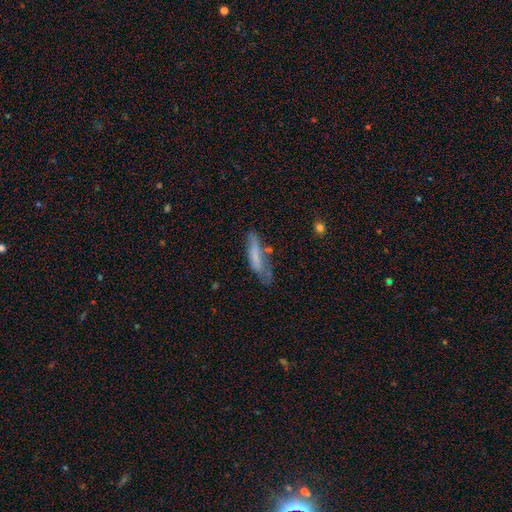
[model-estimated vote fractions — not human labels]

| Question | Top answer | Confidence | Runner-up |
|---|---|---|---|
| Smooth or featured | smooth | 62% | featured or disk (30%) |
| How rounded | cigar-shaped | 69% | in between (30%) |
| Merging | none | 42% | minor disturbance (30%) |